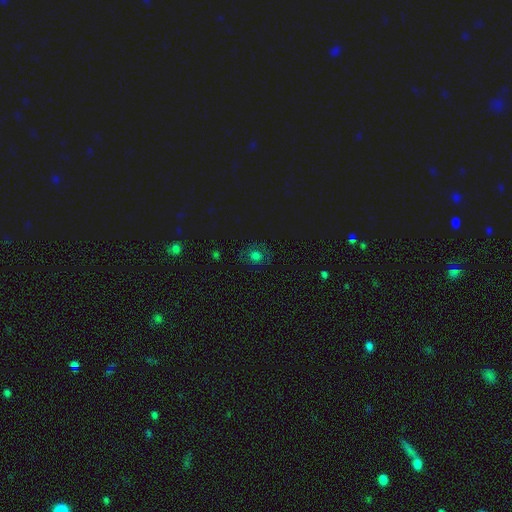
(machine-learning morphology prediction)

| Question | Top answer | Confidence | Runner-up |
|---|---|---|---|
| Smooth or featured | smooth | 49% | star or artifact (27%) |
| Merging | none | 73% | minor disturbance (16%) |